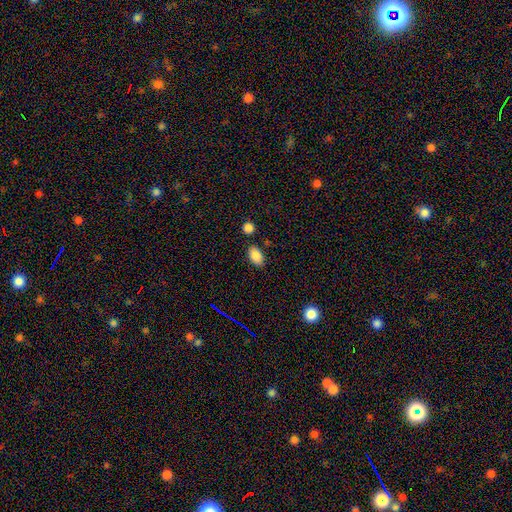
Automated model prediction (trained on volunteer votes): Smooth or featured?
  - smooth: 87% *
  - star or artifact: 8%
  - featured or disk: 5%
How rounded?
  - in between: 89% *
  - round: 9%
  - cigar-shaped: 2%
Merging?
  - none: 79% *
  - minor disturbance: 12%
  - merger: 5%
  - major disturbance: 3%